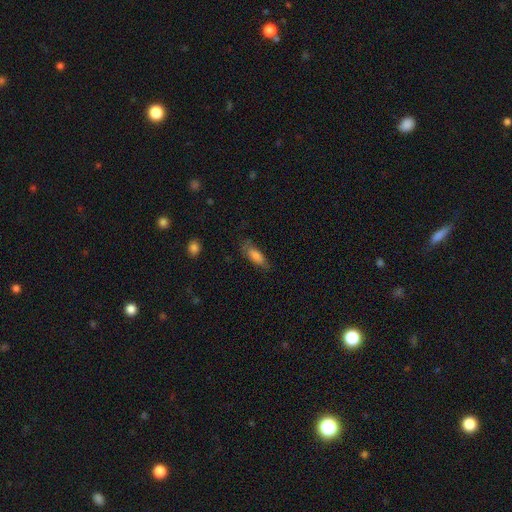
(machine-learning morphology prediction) type=smooth (80%); roundness=in between (67%); merging=none (68%).